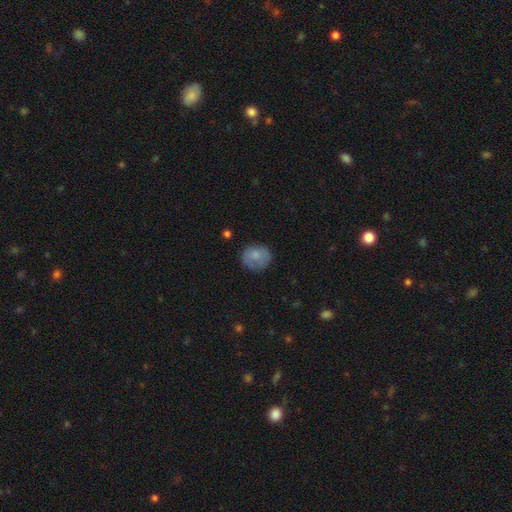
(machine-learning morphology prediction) The model was most divided on "how rounded": round: 68%, in between: 31%, cigar-shaped: 1%. More confident: smooth or featured — smooth (75%); merging — none (64%).